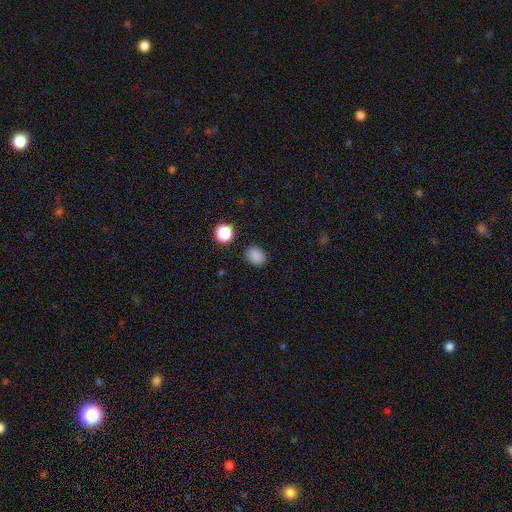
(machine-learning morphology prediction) Overall: smooth (84%). How rounded: in between (50%; round 49%). Merging: none (87%).